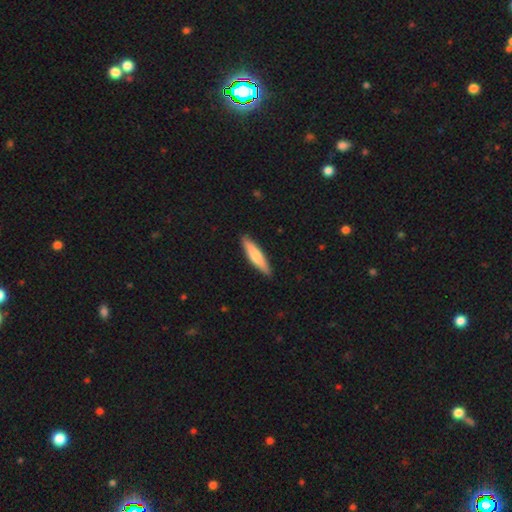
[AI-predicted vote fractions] smooth_or_featured: smooth (p=0.69) [alt: featured or disk p=0.26]
how_rounded: cigar-shaped (p=0.83) [alt: in between p=0.15]
merging: none (p=0.90) [alt: minor disturbance p=0.07]